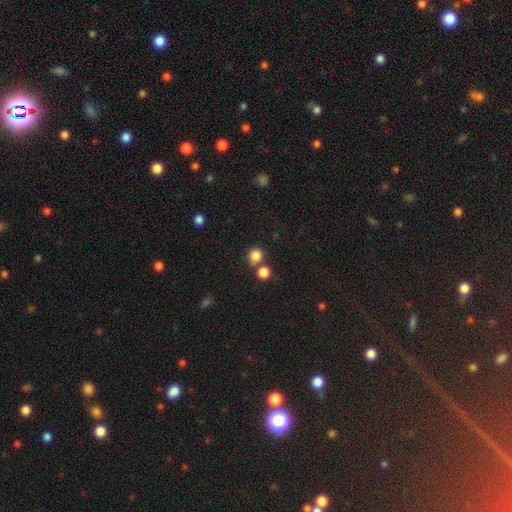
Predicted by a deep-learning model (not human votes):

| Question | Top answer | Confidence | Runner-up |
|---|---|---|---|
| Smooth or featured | smooth | 83% | star or artifact (12%) |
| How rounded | round | 87% | in between (13%) |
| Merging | none | 59% | merger (29%) |